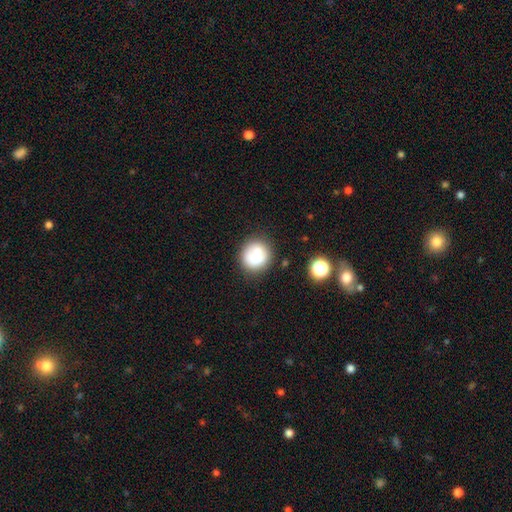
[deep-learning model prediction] smooth_or_featured: smooth (p=0.71) [alt: featured or disk p=0.20]
how_rounded: round (p=0.87) [alt: in between p=0.12]
merging: none (p=0.65) [alt: minor disturbance p=0.17]